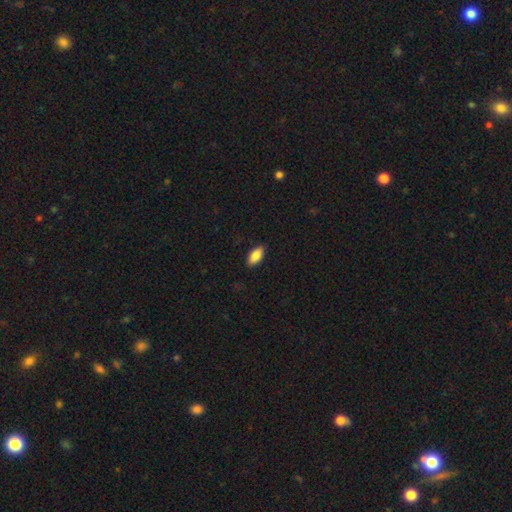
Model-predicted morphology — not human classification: Smooth or featured? smooth (88%)
How rounded? in between (91%)
Merging? none (88%)